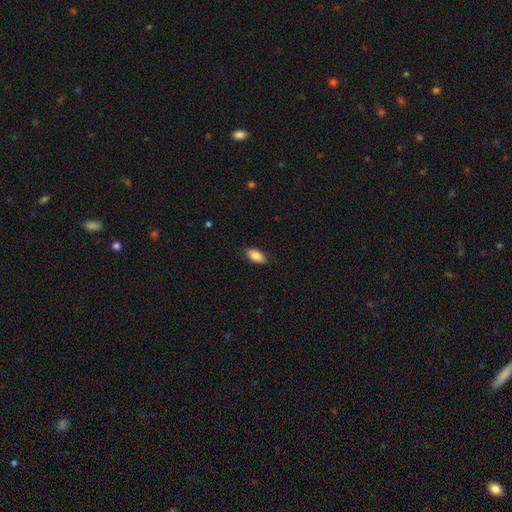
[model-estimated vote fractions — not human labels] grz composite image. It shows a smooth galaxy with no disk features (85%) that is in between round and cigar-shaped (92%). Merging: none (85%).